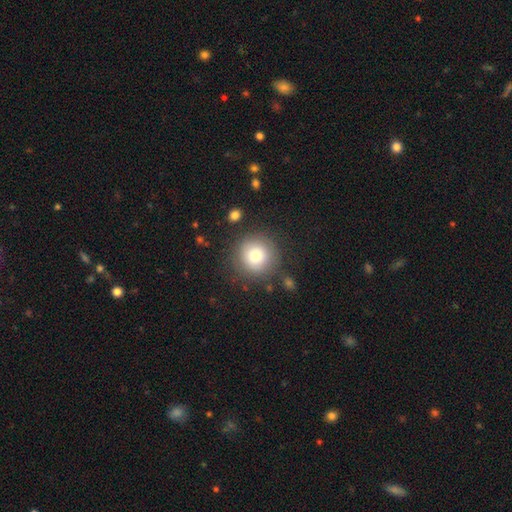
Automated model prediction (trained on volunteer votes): Smooth or featured: smooth — 78% (featured or disk — 12%)
How rounded: round — 94% (in between — 5%)
Merging: none — 82% (minor disturbance — 11%)